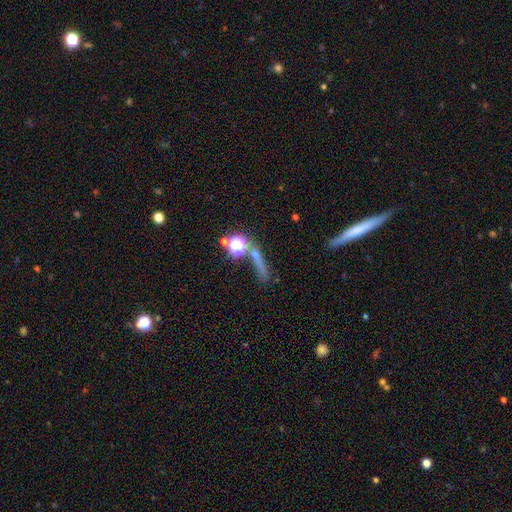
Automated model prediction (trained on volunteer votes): Overall: smooth (44%; star or artifact 29%). Merging: none (62%).